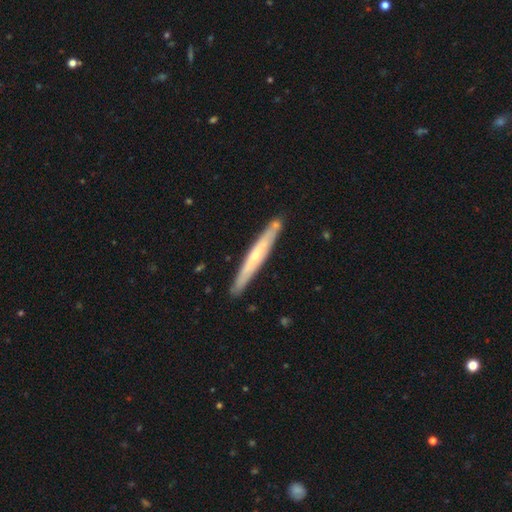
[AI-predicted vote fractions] Smooth or featured?
  - featured or disk: 58% *
  - smooth: 37%
  - star or artifact: 5%
Edge-on disk?
  - yes: 93% *
  - no: 7%
Edge-on bulge?
  - rounded: 55% *
  - none: 42%
  - boxy: 3%
Merging?
  - none: 87% *
  - minor disturbance: 9%
  - merger: 3%
  - major disturbance: 2%